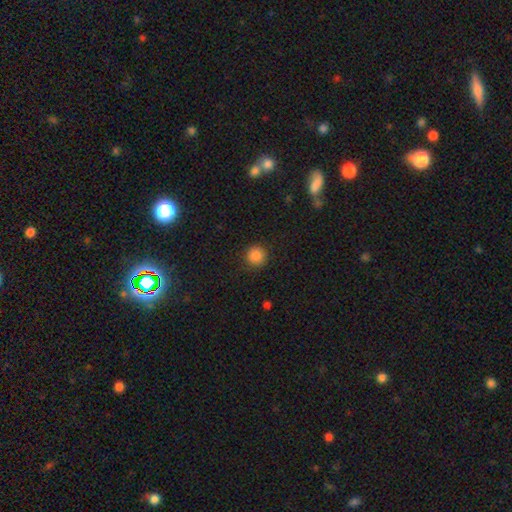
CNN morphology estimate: A smooth galaxy with no disk features (86%) that is round (94%). Merging: none (90%).